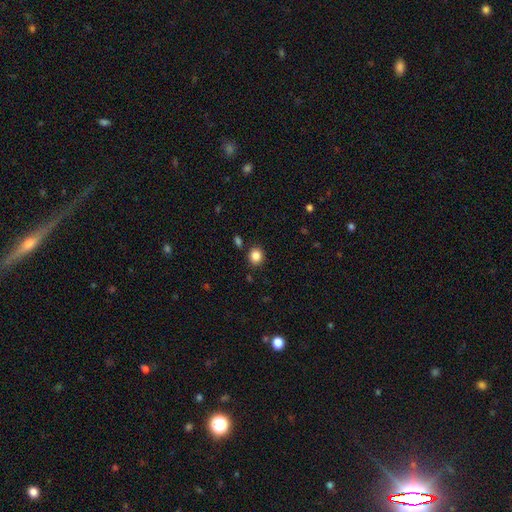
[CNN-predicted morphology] A smooth galaxy with no disk features (86%) that is round (77%).

Vote fractions:
- Smooth or featured? smooth: 86% / star or artifact: 10% / featured or disk: 4%
- How rounded? round: 77% / in between: 22% / cigar-shaped: 1%
- Merging? none: 86% / minor disturbance: 8% / merger: 4% / major disturbance: 2%